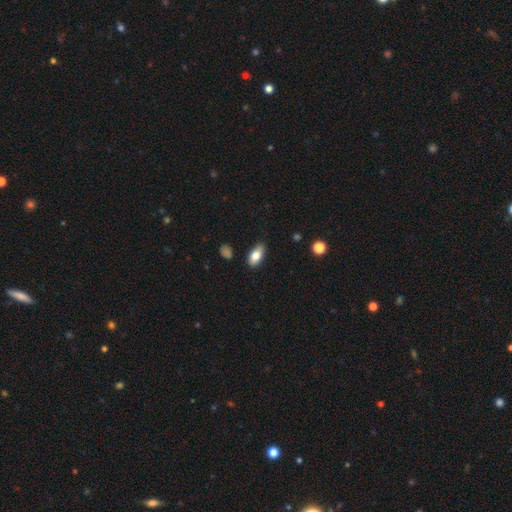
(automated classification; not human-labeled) smooth-or-featured: smooth: 80% | featured or disk: 13% | star or artifact: 7%
  how-rounded: in between: 90% | cigar-shaped: 6% | round: 4%
  merging: none: 81% | minor disturbance: 14% | major disturbance: 2% | merger: 2%